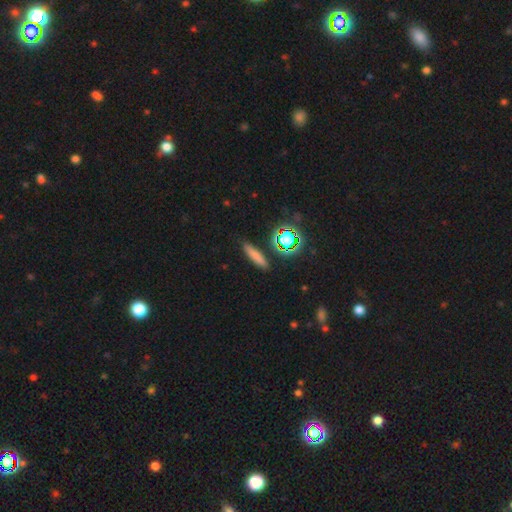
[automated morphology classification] Overall: smooth (70%). How rounded: cigar-shaped (79%). Merging: none (86%).